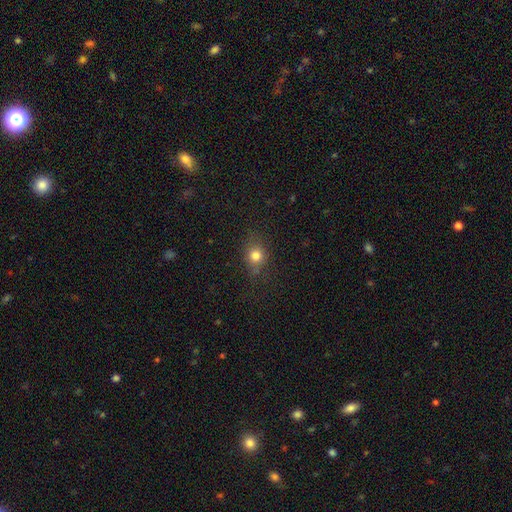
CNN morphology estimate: smooth-or-featured: smooth: 77% | star or artifact: 14% | featured or disk: 9%
  how-rounded: round: 70% | in between: 29% | cigar-shaped: 2%
  merging: none: 76% | minor disturbance: 16% | major disturbance: 6% | merger: 2%